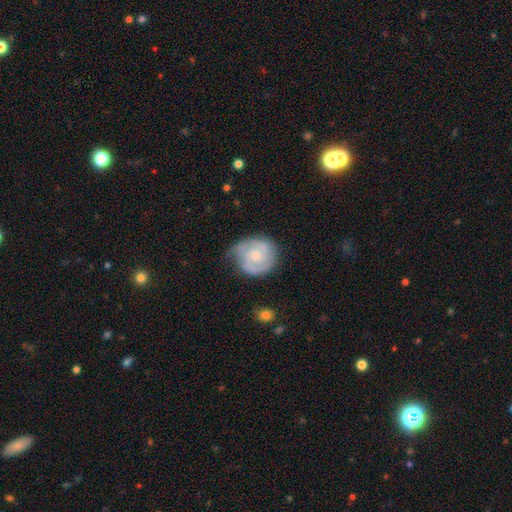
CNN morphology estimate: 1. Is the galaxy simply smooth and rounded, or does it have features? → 65% featured or disk, 29% smooth, 6% star or artifact.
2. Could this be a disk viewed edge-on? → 98% no, 2% yes.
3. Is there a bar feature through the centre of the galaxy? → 75% no, 22% weak, 3% strong.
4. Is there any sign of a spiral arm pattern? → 81% yes, 19% no.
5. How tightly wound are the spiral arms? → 53% tight, 35% medium, 12% loose.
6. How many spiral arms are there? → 46% 2, 29% can't tell, 12% 3, 6% 1, 3% 4, 3% more than 4.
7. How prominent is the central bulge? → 51% small, 43% moderate, 3% none, 2% large, 1% dominant.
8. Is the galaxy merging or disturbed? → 57% none, 30% minor disturbance, 11% major disturbance, 2% merger.